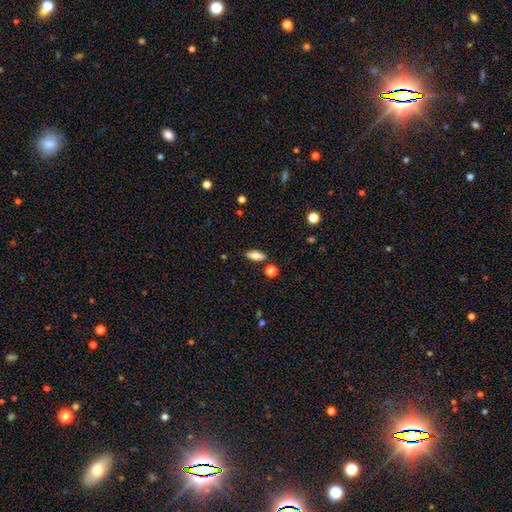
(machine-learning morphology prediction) This is likely a smooth galaxy (75%). How rounded: likely in between (72%). Merging: clearly none (84%).